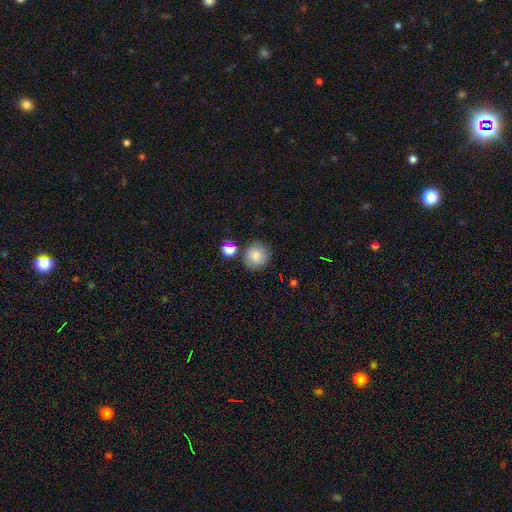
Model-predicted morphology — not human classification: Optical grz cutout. It shows a smooth galaxy with no disk features (84%) that is round (90%). Merging: none (79%).